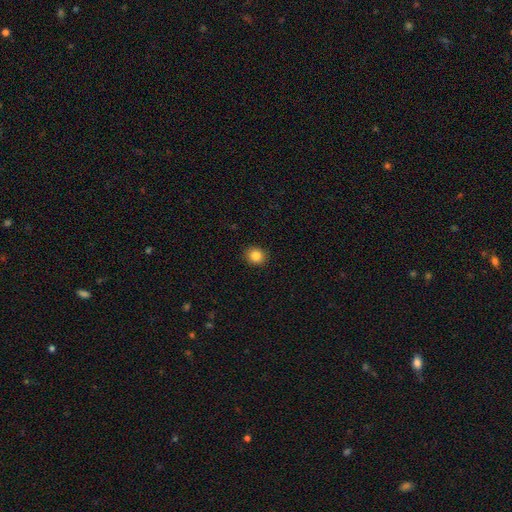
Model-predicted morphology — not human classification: Smooth or featured: smooth — 85% (star or artifact — 10%)
How rounded: round — 76% (in between — 23%)
Merging: none — 91% (minor disturbance — 6%)